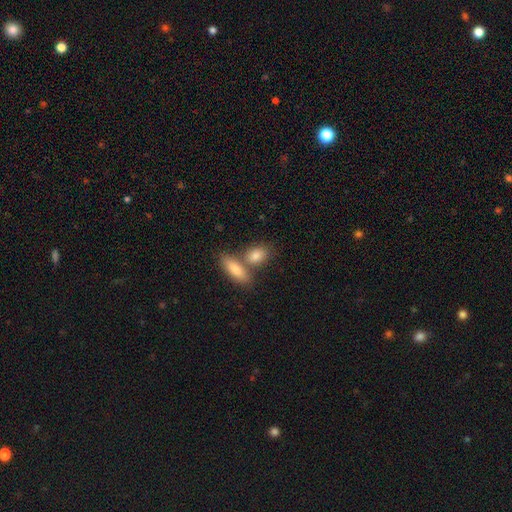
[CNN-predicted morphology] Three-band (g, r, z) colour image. It shows a smooth galaxy with no disk features (83%) that is in between round and cigar-shaped (76%). Merging: none (47%).